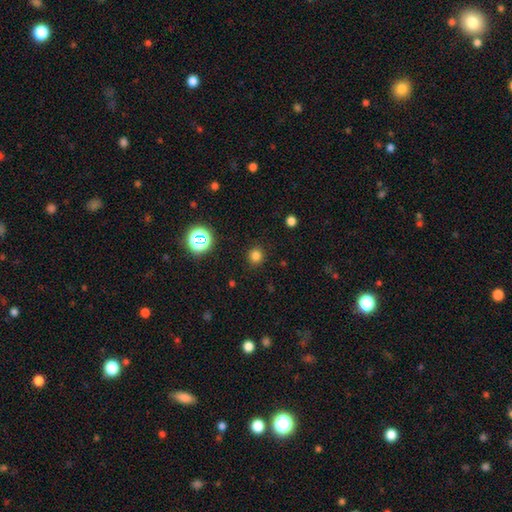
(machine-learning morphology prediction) smooth_or_featured: smooth (p=0.79) [alt: star or artifact p=0.17]
how_rounded: round (p=0.91) [alt: in between p=0.08]
merging: none (p=0.89) [alt: minor disturbance p=0.07]